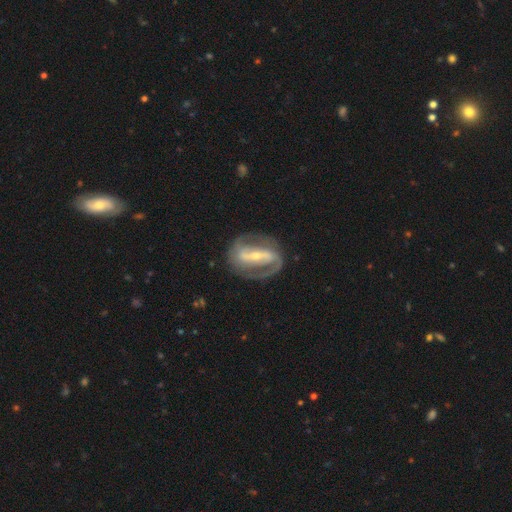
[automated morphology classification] This is clearly a featured or disk galaxy (88%). It is clearly not viewed edge-on (95%). Bar: likely strong (71%). Spiral arm pattern: clearly yes (91%). Spiral arm count: clearly 2 (86%). Spiral winding: possibly medium (46%). Central bulge: possibly small (57%). Merging: likely none (78%).